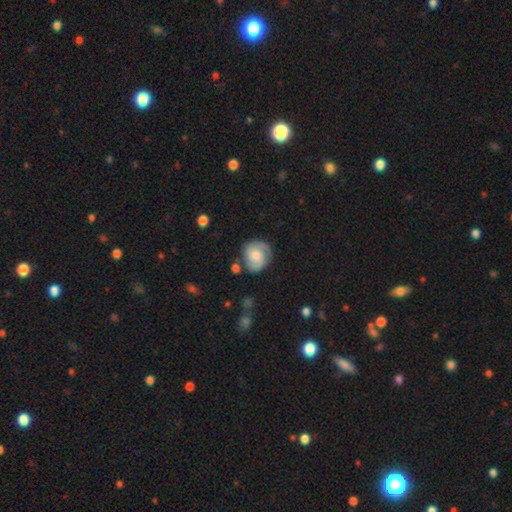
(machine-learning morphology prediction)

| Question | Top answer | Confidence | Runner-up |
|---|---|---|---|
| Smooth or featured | featured or disk | 67% | smooth (26%) |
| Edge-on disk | no | 98% | yes (2%) |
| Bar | no | 65% | weak (30%) |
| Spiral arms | yes | 93% | no (7%) |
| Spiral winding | tight | 45% | medium (42%) |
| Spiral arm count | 2 | 76% | can't tell (10%) |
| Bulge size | moderate | 43% | small (42%) |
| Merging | none | 71% | minor disturbance (19%) |